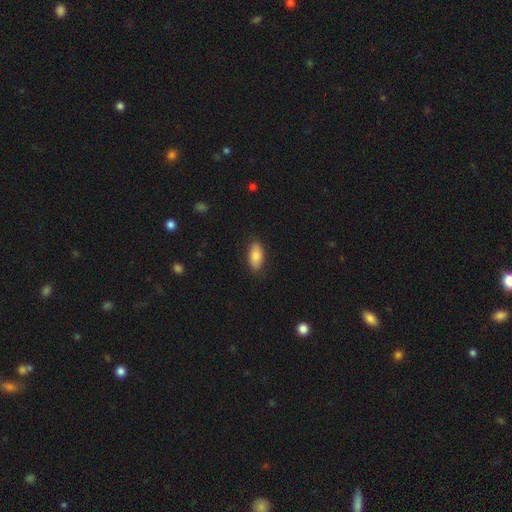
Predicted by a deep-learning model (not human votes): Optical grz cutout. It shows a smooth galaxy with no disk features (82%) that is in between round and cigar-shaped (90%). Merging: none (84%).